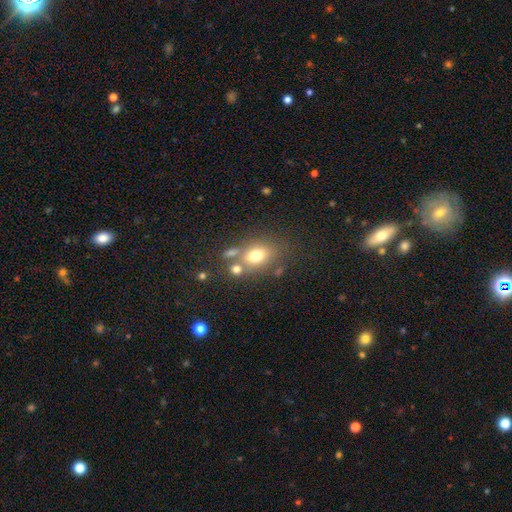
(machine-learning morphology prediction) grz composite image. It shows a smooth galaxy with no disk features (72%) that is in between round and cigar-shaped (65%). Merging: none (60%).